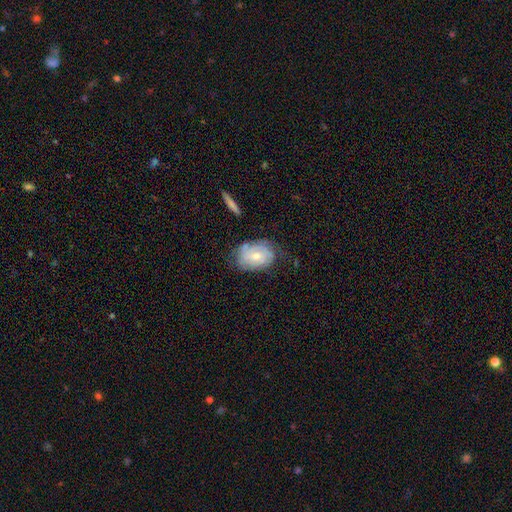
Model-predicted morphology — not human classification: A featured or disk galaxy (58%) with no bar (65%), spiral arms (81%) and a moderate central bulge (49%).

Vote fractions:
- Smooth or featured? featured or disk: 58% / smooth: 35% / star or artifact: 7%
- Edge-on disk? no: 95% / yes: 5%
- Bar? no: 65% / weak: 30% / strong: 5%
- Spiral arms? yes: 81% / no: 19%
- Bulge size? moderate: 49% / small: 45% / large: 3% / none: 2% / dominant: 1%
- Merging? none: 59% / minor disturbance: 27% / major disturbance: 11% / merger: 3%